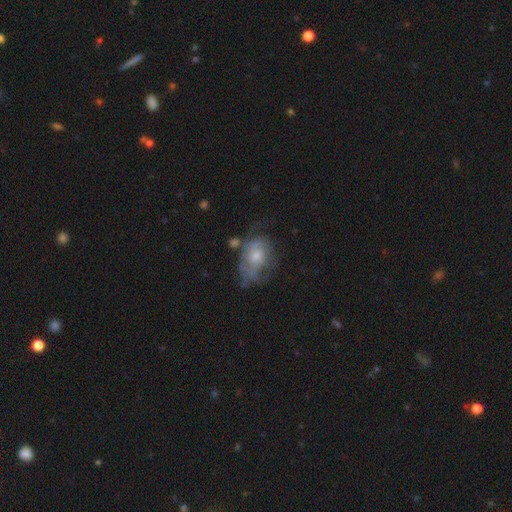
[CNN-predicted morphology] This is possibly a featured or disk galaxy (57%). It is clearly not viewed edge-on (96%). Bar: likely no (75%). Spiral arm pattern: likely yes (62%). Central bulge: marginally moderate (45%). Merging: marginally none (39%).